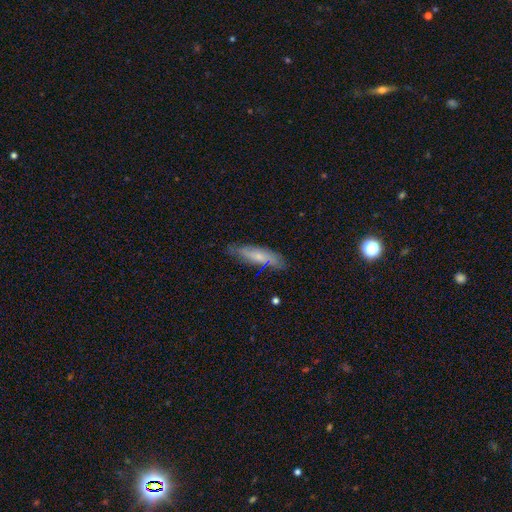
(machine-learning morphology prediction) Smooth or featured: smooth — 45% (featured or disk — 44%)
Merging: none — 80% (minor disturbance — 15%)